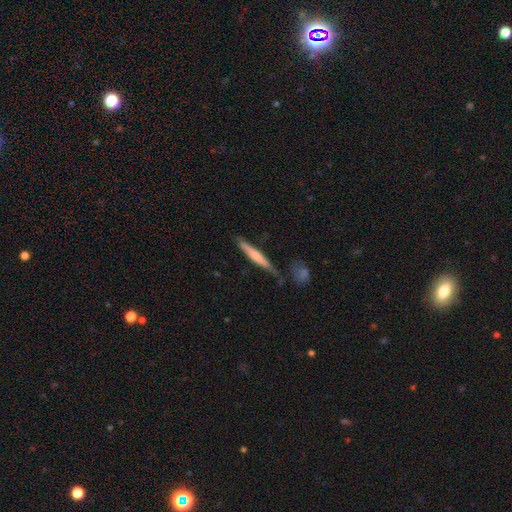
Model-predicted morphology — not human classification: Smooth or featured: smooth — 56% (featured or disk — 38%)
How rounded: cigar-shaped — 95% (in between — 4%)
Merging: none — 76% (minor disturbance — 16%)